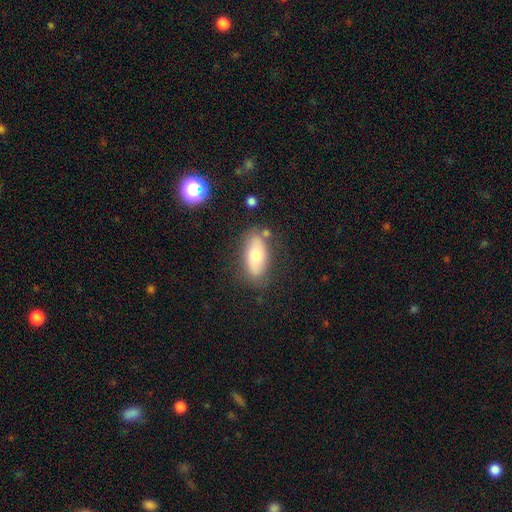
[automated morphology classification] smooth_or_featured: smooth (p=0.65) [alt: featured or disk p=0.27]
how_rounded: in between (p=0.85) [alt: cigar-shaped p=0.11]
merging: none (p=0.77) [alt: minor disturbance p=0.15]